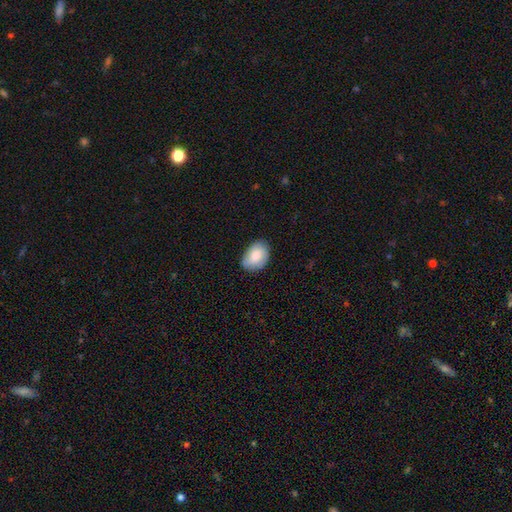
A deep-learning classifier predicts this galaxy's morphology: This appears to be a smooth galaxy with no disk features (82%) that is in between round and cigar-shaped (82%). Merging: none (72%).